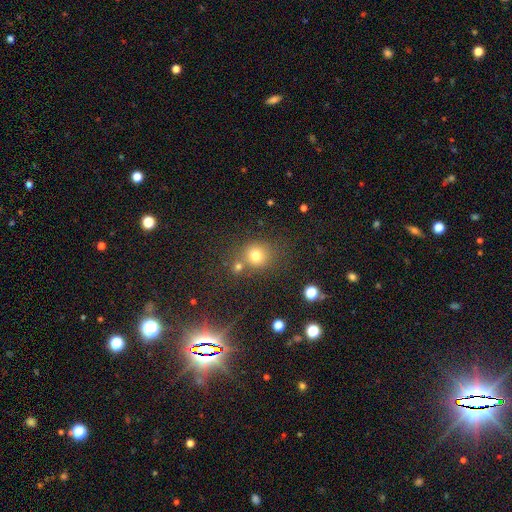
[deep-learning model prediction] Smooth or featured?
  - smooth: 73% *
  - star or artifact: 18%
  - featured or disk: 9%
How rounded?
  - round: 83% *
  - in between: 16%
  - cigar-shaped: 1%
Merging?
  - none: 62% *
  - merger: 22%
  - minor disturbance: 10%
  - major disturbance: 5%